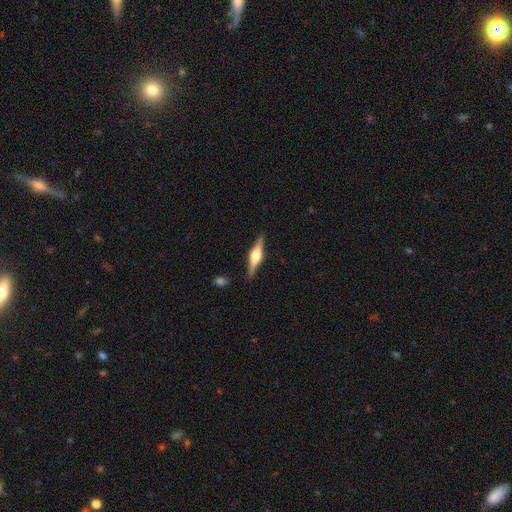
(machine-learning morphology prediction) Smooth or featured? Predicted: featured or disk (p=0.74). Edge-on disk? Predicted: yes (p=0.98). Edge-on bulge? Predicted: rounded (p=0.92). Merging? Predicted: none (p=0.89).